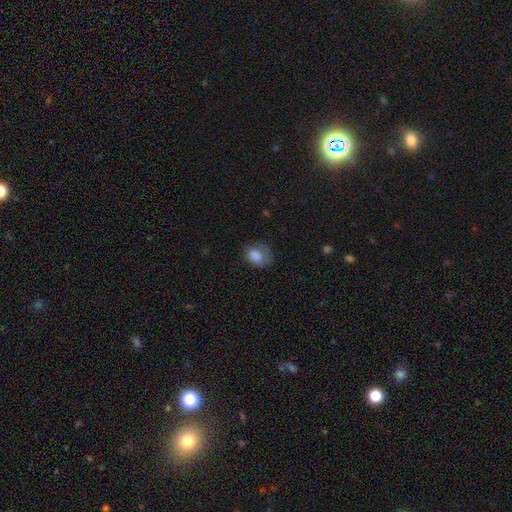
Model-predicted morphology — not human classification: This is likely a smooth galaxy (76%). How rounded: likely in between (68%). Merging: possibly none (47%).